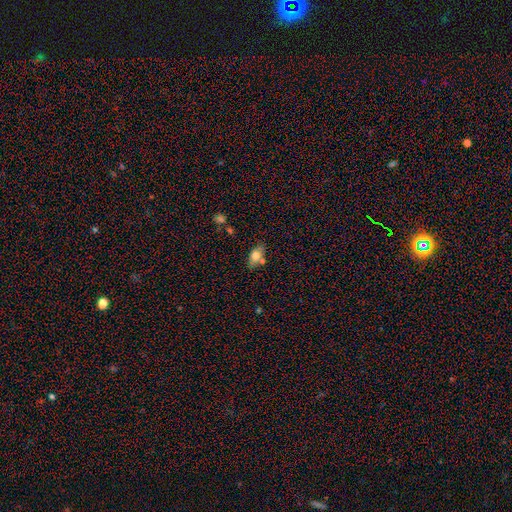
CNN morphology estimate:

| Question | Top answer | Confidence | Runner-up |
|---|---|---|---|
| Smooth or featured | smooth | 72% | featured or disk (19%) |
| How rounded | in between | 83% | round (11%) |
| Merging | none | 64% | minor disturbance (17%) |